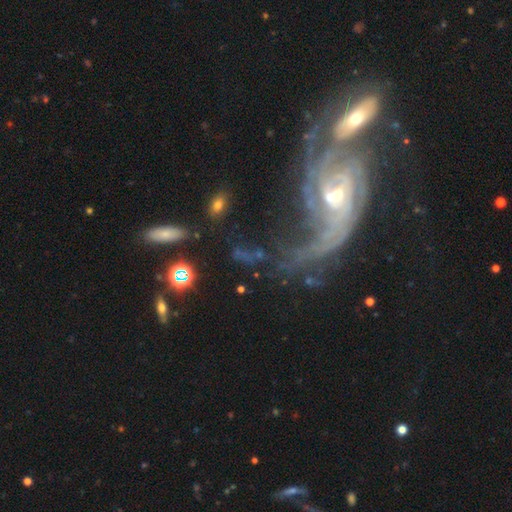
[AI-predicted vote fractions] This is likely a featured or disk galaxy (80%). It is clearly not viewed edge-on (93%). Bar: possibly no (53%). Spiral arm pattern: clearly yes (90%). Spiral arm count: marginally 2 (43%). Spiral winding: possibly loose (49%). Central bulge: possibly small (46%). Merging: marginally merger (44%).